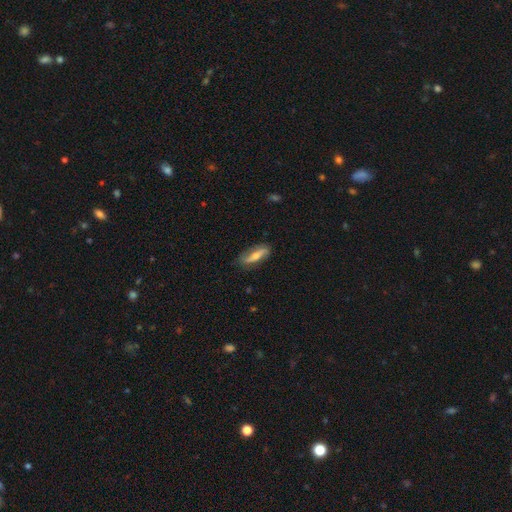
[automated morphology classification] This appears to be a featured or disk galaxy (56%). Merging: none (79%).